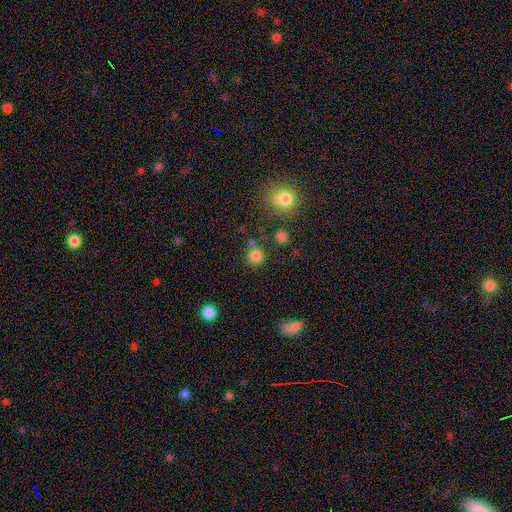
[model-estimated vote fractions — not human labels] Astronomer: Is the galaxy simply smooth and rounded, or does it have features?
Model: smooth — 80%.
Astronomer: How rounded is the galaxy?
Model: round — 93%.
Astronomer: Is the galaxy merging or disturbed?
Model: none — 77%.